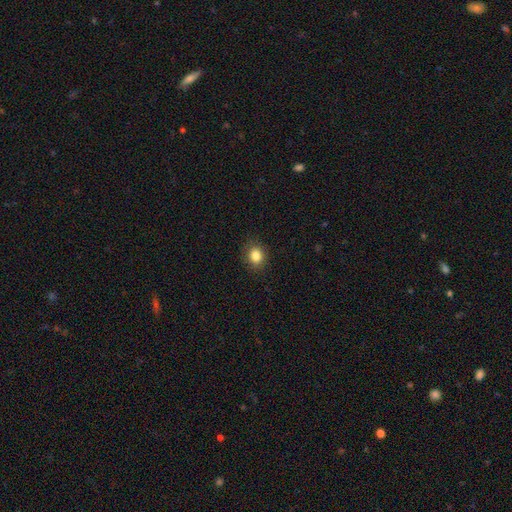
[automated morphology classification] Smooth or featured? Predicted: smooth (p=0.85). How rounded? Predicted: round (p=0.58). Merging? Predicted: none (p=0.88).